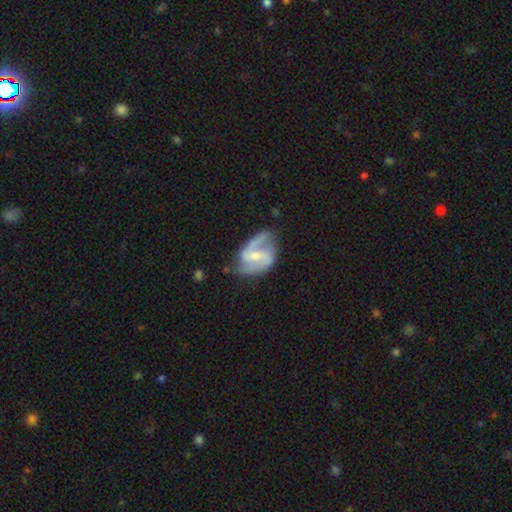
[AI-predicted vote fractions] Smooth or featured?
  - featured or disk: 83% *
  - smooth: 12%
  - star or artifact: 5%
Edge-on disk?
  - no: 98% *
  - yes: 2%
Bar?
  - weak: 51% *
  - no: 27%
  - strong: 22%
Spiral arms?
  - yes: 94% *
  - no: 6%
Spiral winding?
  - medium: 50% *
  - loose: 35%
  - tight: 15%
Spiral arm count?
  - 2: 83% *
  - can't tell: 6%
  - 3: 5%
  - 1: 4%
  - 4: 1%
  - more than 4: 1%
Bulge size?
  - small: 48% *
  - moderate: 43%
  - none: 5%
  - large: 2%
  - dominant: 1%
Merging?
  - none: 56% *
  - minor disturbance: 27%
  - major disturbance: 14%
  - merger: 3%